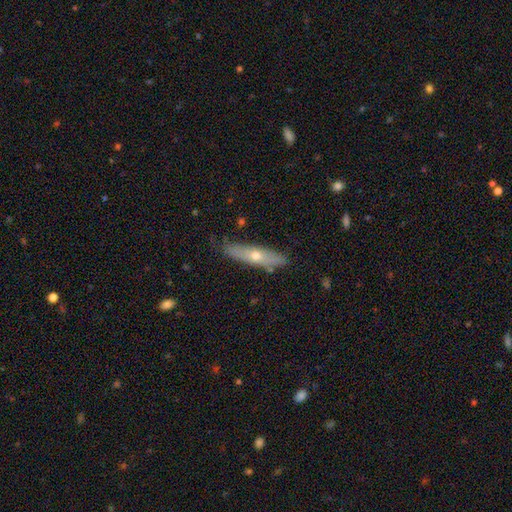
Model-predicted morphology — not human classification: A featured or disk galaxy (51%) viewed edge-on (75%). Merging: none (83%).